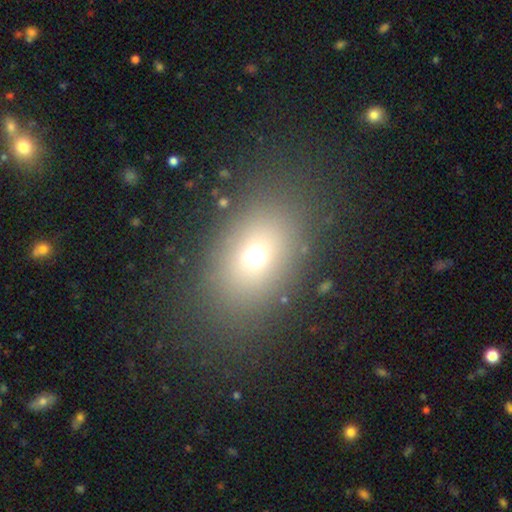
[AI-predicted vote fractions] A smooth galaxy with no disk features (68%) that is in between round and cigar-shaped (73%).

Vote fractions:
- Smooth or featured? smooth: 68% / star or artifact: 17% / featured or disk: 14%
- How rounded? in between: 73% / round: 26% / cigar-shaped: 2%
- Merging? none: 84% / minor disturbance: 9% / major disturbance: 6% / merger: 2%